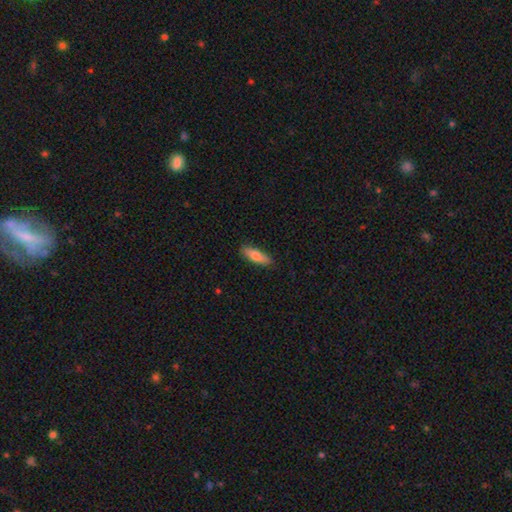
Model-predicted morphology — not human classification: A smooth galaxy with no disk features (75%) that is cigar-shaped (52%). Merging: none (87%).